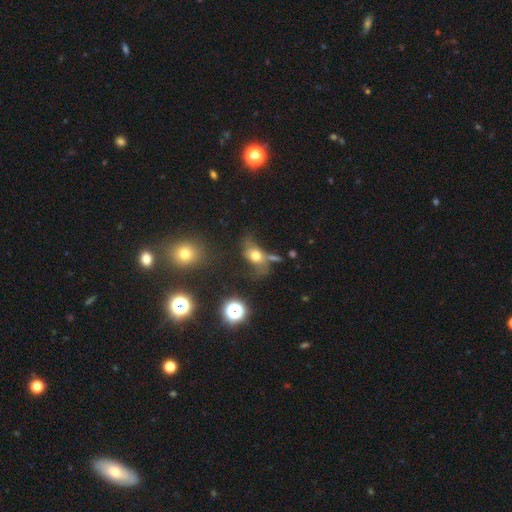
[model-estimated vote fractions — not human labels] This is possibly a smooth galaxy (58%). How rounded: likely in between (69%). Merging: marginally none (34%).